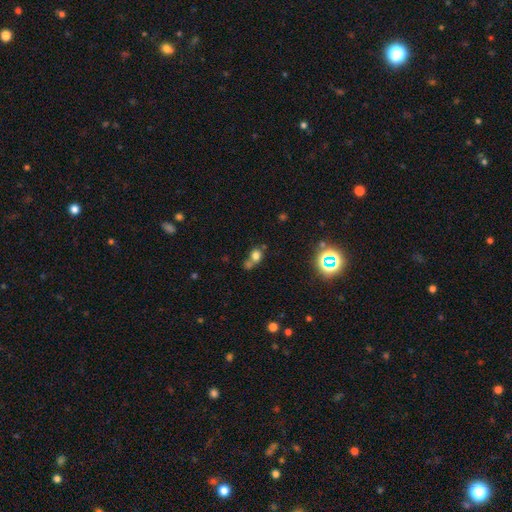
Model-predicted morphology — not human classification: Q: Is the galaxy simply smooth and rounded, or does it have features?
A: smooth — 71%.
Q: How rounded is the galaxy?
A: round — 66%.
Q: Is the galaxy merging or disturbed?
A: merger — 42%.